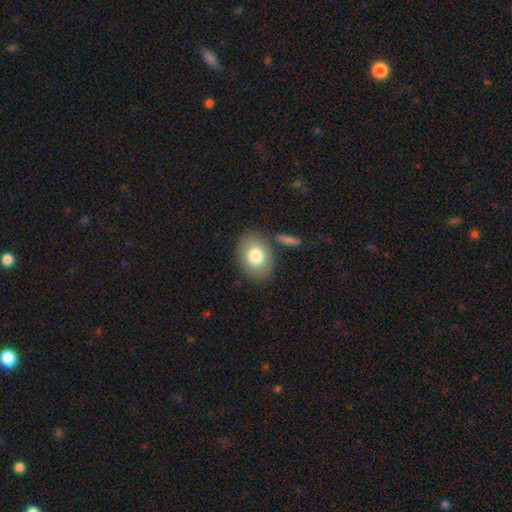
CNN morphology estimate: Smooth or featured? Predicted: smooth (p=0.80). How rounded? Predicted: in between (p=0.70). Merging? Predicted: none (p=0.79).